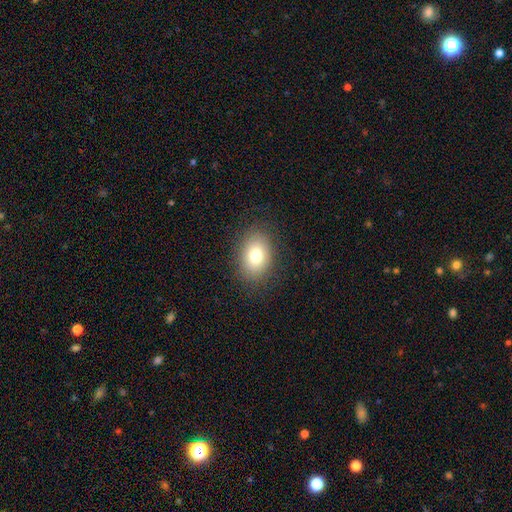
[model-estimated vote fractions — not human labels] Smooth or featured? Predicted: smooth (p=0.77). How rounded? Predicted: in between (p=0.72). Merging? Predicted: none (p=0.86).